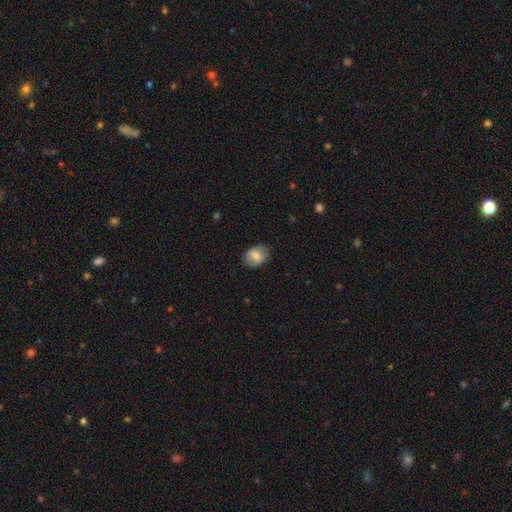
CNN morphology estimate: This is likely a smooth galaxy (71%). How rounded: likely in between (67%). Merging: clearly none (82%).